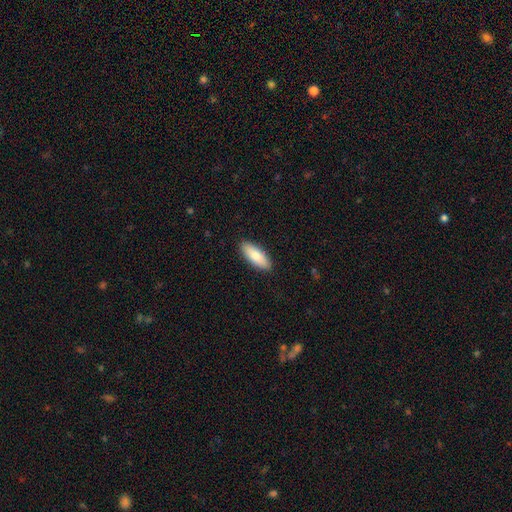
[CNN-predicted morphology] Q: Smooth or featured?
A: smooth (79%); runner-up: featured or disk (15%)
Q: How rounded?
A: in between (73%); runner-up: cigar-shaped (25%)
Q: Merging?
A: none (90%); runner-up: minor disturbance (8%)